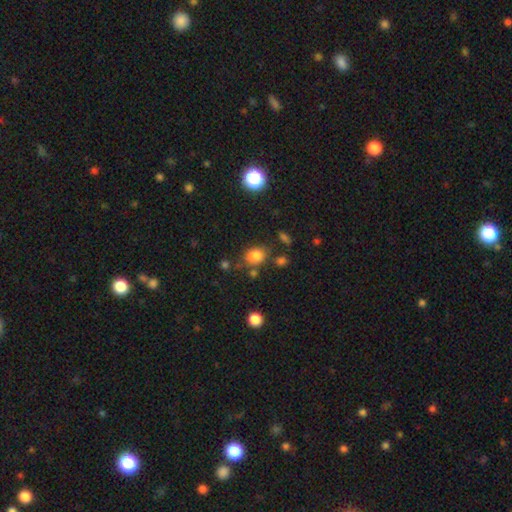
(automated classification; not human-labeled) This appears to be a smooth galaxy with no disk features (79%) that is in between round and cigar-shaped (53%). Merging: none (69%).